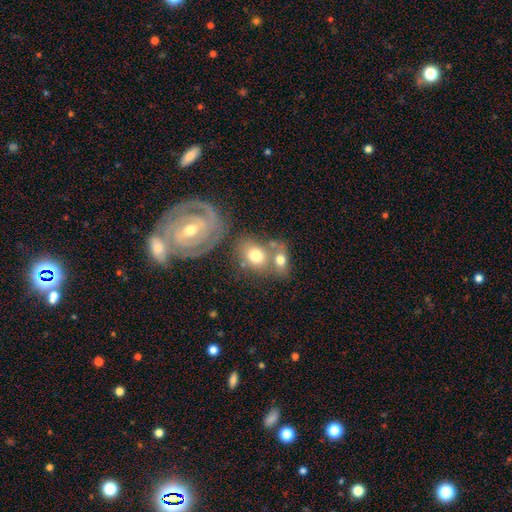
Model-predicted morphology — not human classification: This appears to be a smooth galaxy with no disk features (63%) that is in between round and cigar-shaped (53%). Merging: merger (43%).